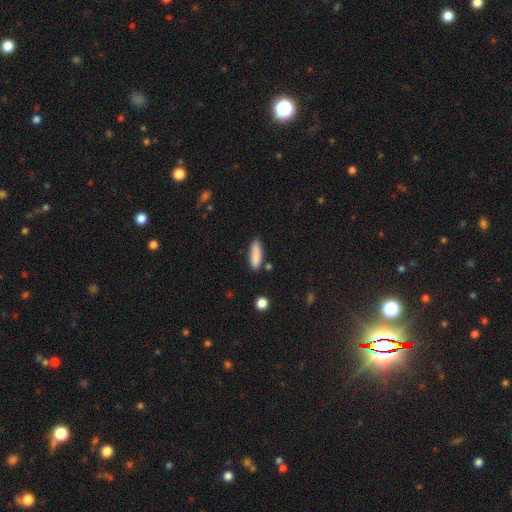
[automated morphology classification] Smooth or featured: smooth — 87% (star or artifact — 7%)
How rounded: cigar-shaped — 51% (in between — 47%)
Merging: none — 79% (minor disturbance — 14%)